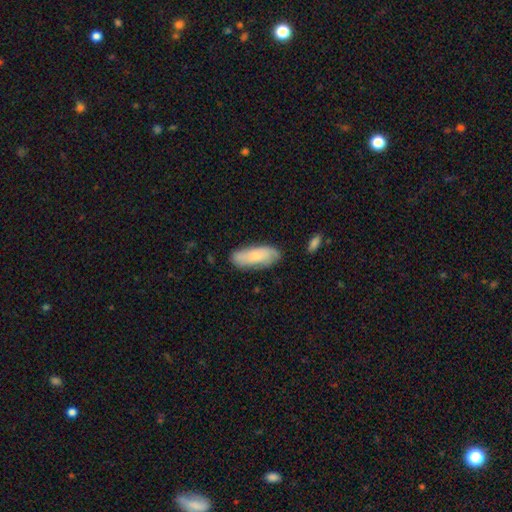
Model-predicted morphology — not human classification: Smooth or featured: smooth — 69% (featured or disk — 25%)
How rounded: in between — 71% (cigar-shaped — 27%)
Merging: none — 78% (minor disturbance — 17%)